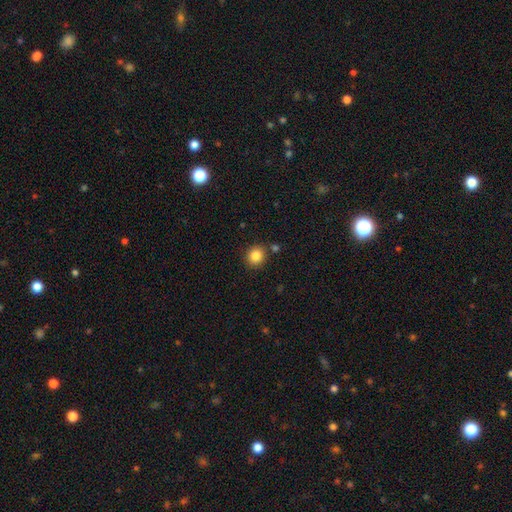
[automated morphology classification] type=smooth (85%); roundness=round (85%); merging=none (83%).